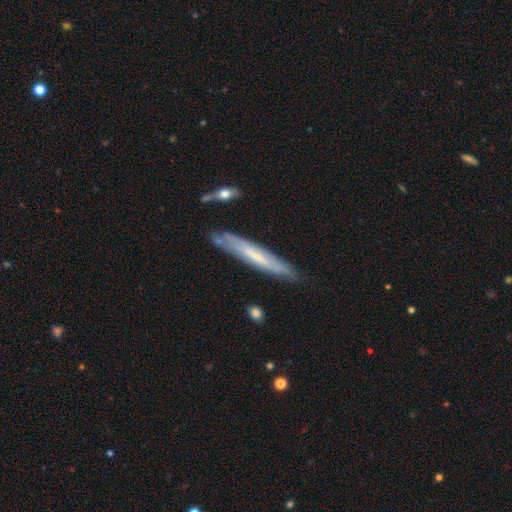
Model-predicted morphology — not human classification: Smooth or featured? Predicted: featured or disk (p=0.51). Edge-on disk? Predicted: yes (p=0.76). Merging? Predicted: none (p=0.79).